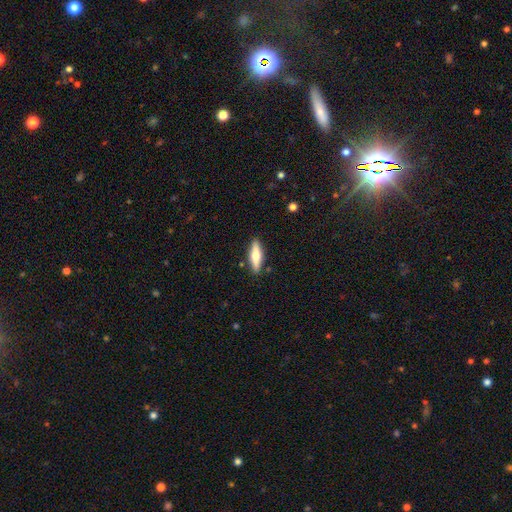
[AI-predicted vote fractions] smooth 57%, featured or disk 37%, star or artifact 6%. Down the decision tree: how rounded — cigar-shaped (60%); merging — none (87%).